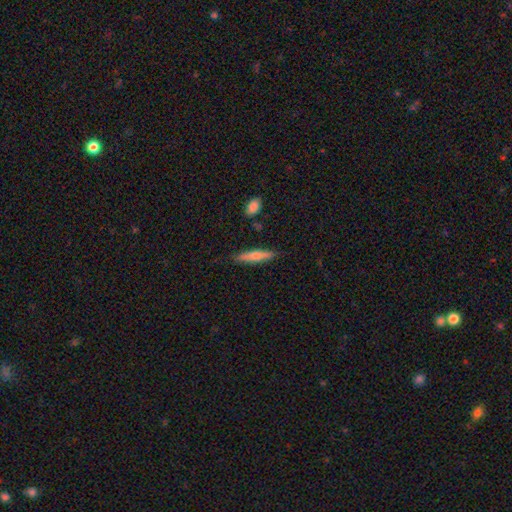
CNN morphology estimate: A smooth galaxy with no disk features (60%) that is cigar-shaped (84%).

Vote fractions:
- Smooth or featured? smooth: 60% / featured or disk: 33% / star or artifact: 6%
- How rounded? cigar-shaped: 84% / in between: 14% / round: 2%
- Merging? none: 85% / minor disturbance: 11% / merger: 3% / major disturbance: 2%